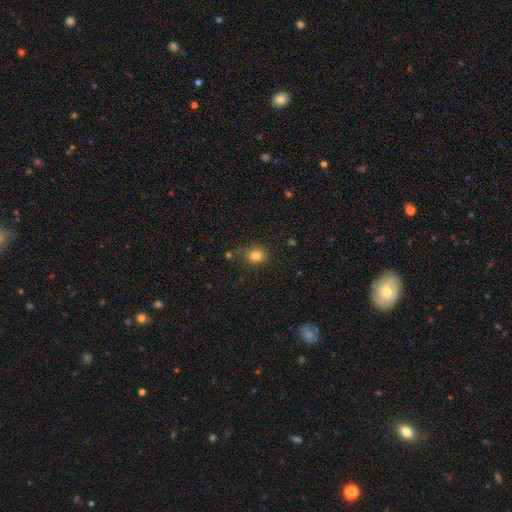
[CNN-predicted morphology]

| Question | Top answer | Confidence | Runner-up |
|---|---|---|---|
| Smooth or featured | smooth | 81% | star or artifact (13%) |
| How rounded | round | 71% | in between (28%) |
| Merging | none | 76% | minor disturbance (16%) |